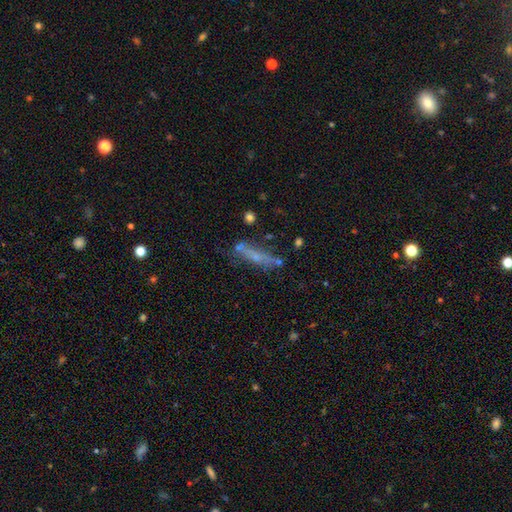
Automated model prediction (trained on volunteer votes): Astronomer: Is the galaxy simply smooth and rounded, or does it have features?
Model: featured or disk — 46% (runner-up: smooth, 41%).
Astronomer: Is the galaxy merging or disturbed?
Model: none — 56%.